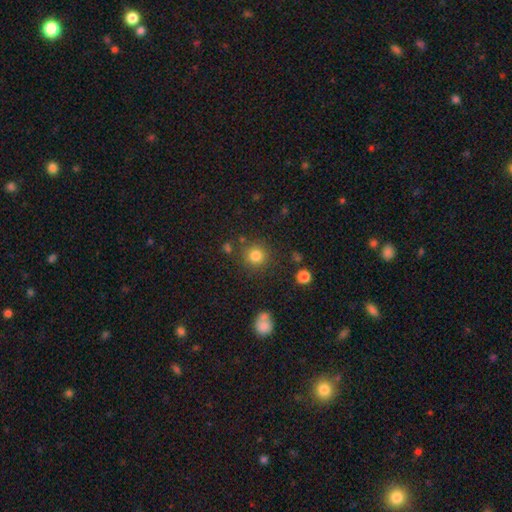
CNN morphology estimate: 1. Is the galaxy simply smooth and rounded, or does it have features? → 82% smooth, 12% star or artifact, 6% featured or disk.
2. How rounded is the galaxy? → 93% round, 6% in between, 1% cigar-shaped.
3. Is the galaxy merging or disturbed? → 83% none, 9% minor disturbance, 5% merger, 4% major disturbance.